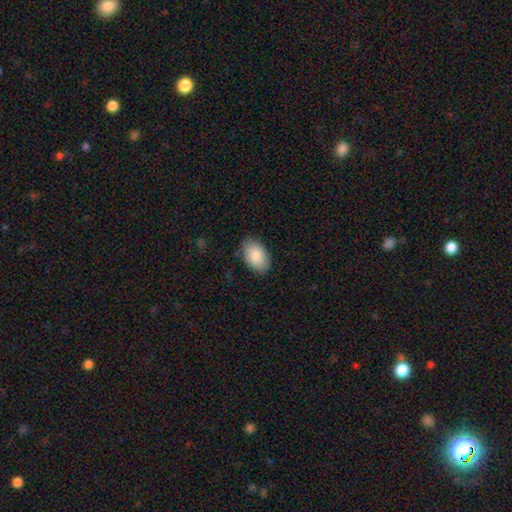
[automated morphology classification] Smooth or featured? smooth (87%)
How rounded? in between (92%)
Merging? none (84%)